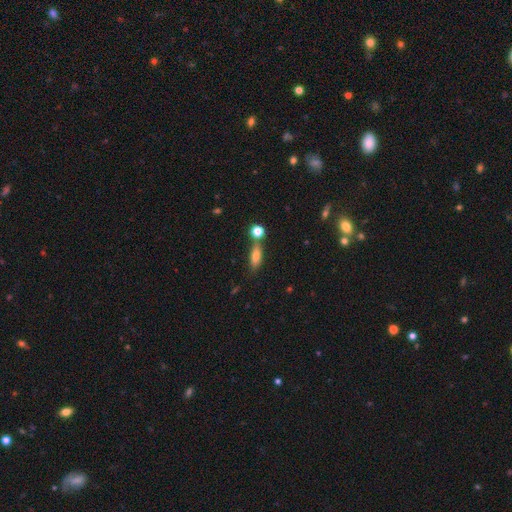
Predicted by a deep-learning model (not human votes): Q: Smooth or featured?
A: smooth (73%); runner-up: featured or disk (18%)
Q: How rounded?
A: in between (61%); runner-up: cigar-shaped (33%)
Q: Merging?
A: none (63%); runner-up: merger (20%)